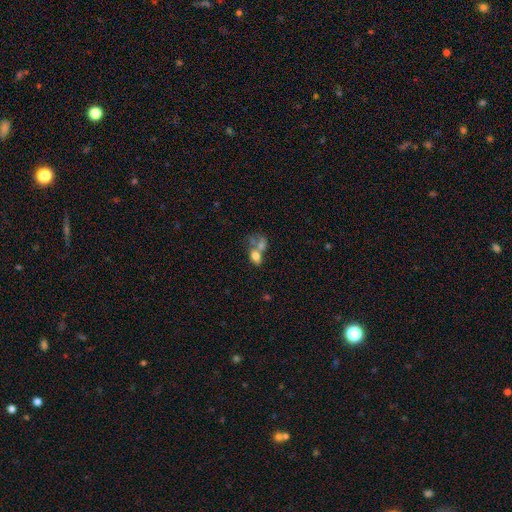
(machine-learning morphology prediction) This appears to be a smooth galaxy with no disk features (67%) that is in between round and cigar-shaped (73%). Merging: merger (61%).